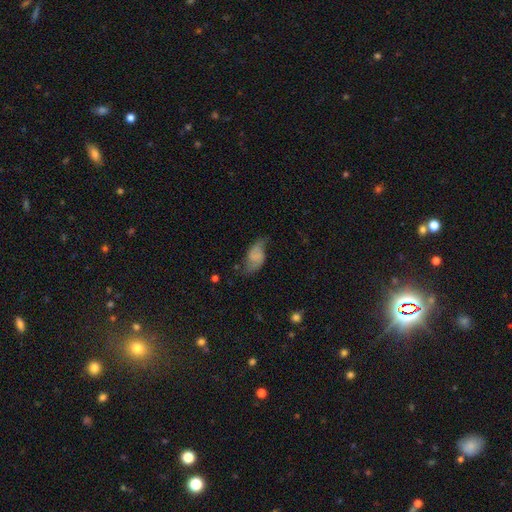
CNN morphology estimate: smooth-or-featured: smooth: 49% | featured or disk: 41% | star or artifact: 10%
  merging: none: 54% | minor disturbance: 29% | major disturbance: 14% | merger: 3%